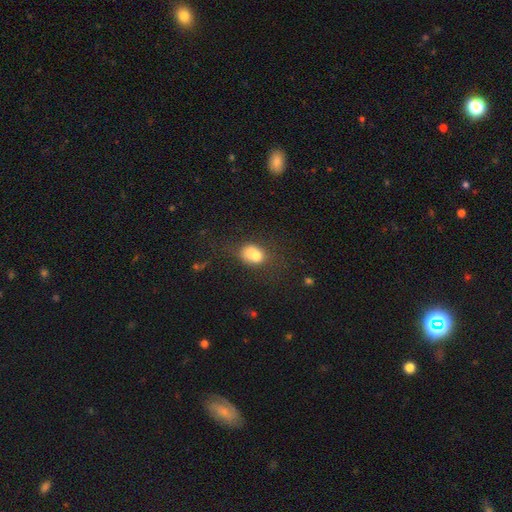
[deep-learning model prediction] Smooth or featured? Predicted: smooth (p=0.75). How rounded? Predicted: in between (p=0.66). Merging? Predicted: none (p=0.47).